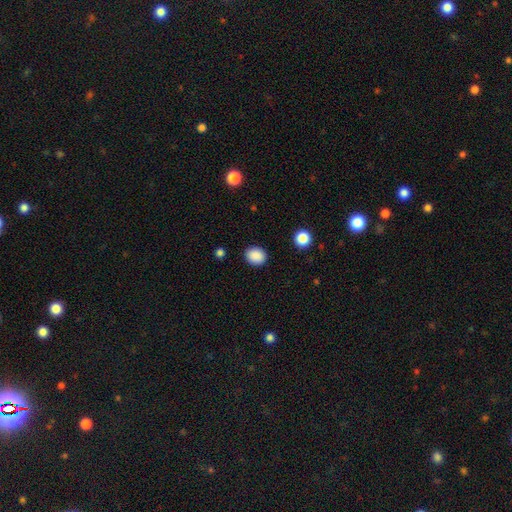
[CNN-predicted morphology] A smooth galaxy with no disk features (89%) that is round (60%).

Vote fractions:
- Smooth or featured? smooth: 89% / star or artifact: 9% / featured or disk: 3%
- How rounded? round: 60% / in between: 39% / cigar-shaped: 1%
- Merging? none: 89% / minor disturbance: 8% / major disturbance: 2% / merger: 1%